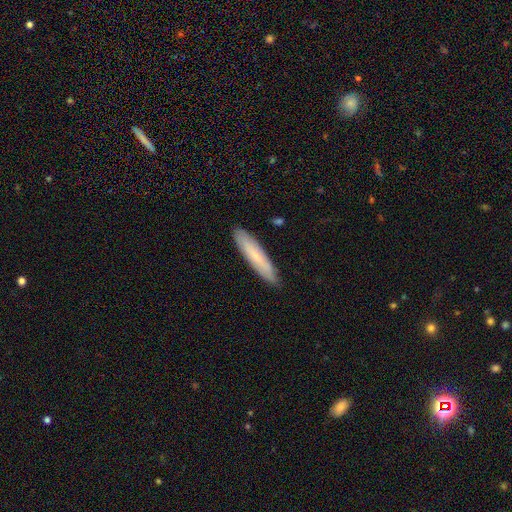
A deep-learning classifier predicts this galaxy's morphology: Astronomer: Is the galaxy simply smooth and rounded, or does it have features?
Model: smooth — 64%.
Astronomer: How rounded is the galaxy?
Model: cigar-shaped — 85%.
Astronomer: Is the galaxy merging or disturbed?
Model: none — 88%.